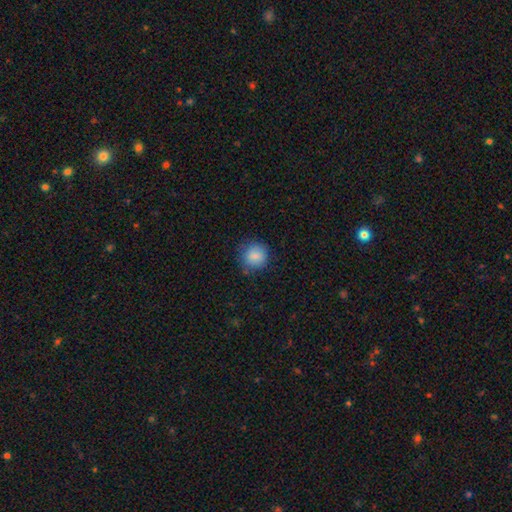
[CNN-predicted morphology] The model was most divided on "merging": none: 80%, minor disturbance: 15%, major disturbance: 4%, merger: 1%. More confident: how rounded — round (88%); smooth or featured — smooth (86%).